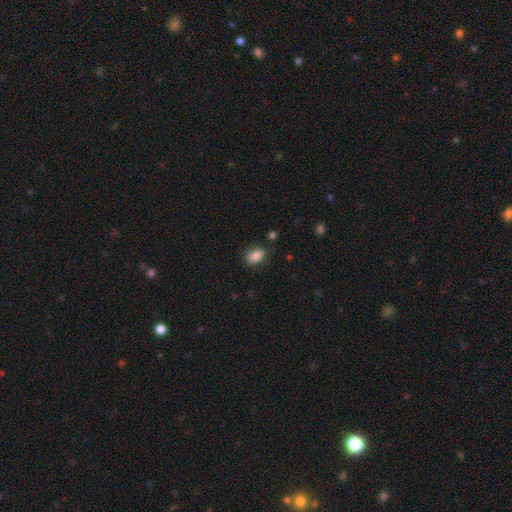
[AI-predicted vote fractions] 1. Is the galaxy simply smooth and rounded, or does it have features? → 85% smooth, 9% star or artifact, 6% featured or disk.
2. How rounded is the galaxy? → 84% in between, 14% round, 2% cigar-shaped.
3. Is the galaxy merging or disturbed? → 80% none, 15% minor disturbance, 4% major disturbance, 2% merger.